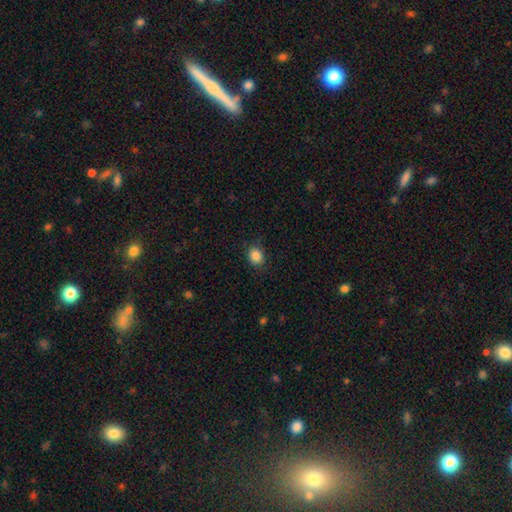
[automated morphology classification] Smooth or featured? smooth (86%)
How rounded? round (66%)
Merging? none (83%)